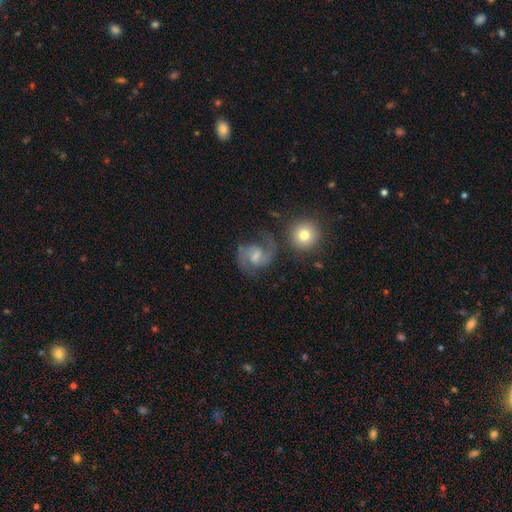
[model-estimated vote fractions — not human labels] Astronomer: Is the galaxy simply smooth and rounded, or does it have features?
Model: featured or disk — 82%.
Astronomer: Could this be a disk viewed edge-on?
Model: no — 98%.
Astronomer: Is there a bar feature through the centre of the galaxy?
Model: weak — 57%.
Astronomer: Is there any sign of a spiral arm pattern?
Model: yes — 95%.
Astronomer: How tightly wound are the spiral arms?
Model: medium — 59%.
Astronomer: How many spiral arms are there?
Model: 2 — 91%.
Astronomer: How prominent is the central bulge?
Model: moderate — 40% (runner-up: small, 38%).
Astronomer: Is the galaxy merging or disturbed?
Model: none — 64%.